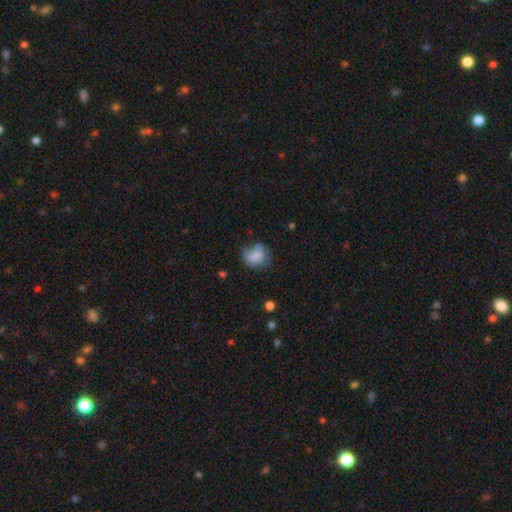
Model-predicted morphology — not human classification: Smooth or featured? smooth (69%)
How rounded? round (54%)
Merging? none (41%)